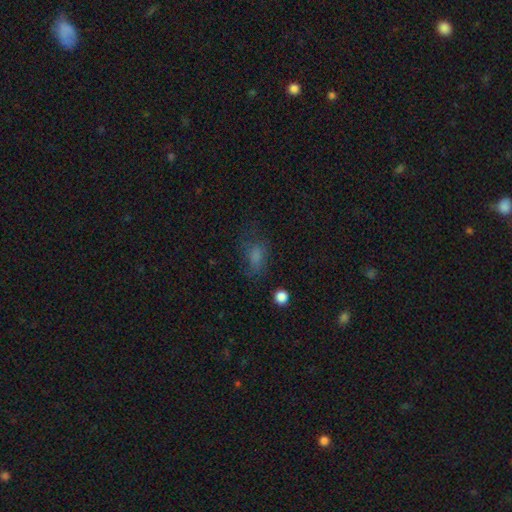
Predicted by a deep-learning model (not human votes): Smooth or featured?
  - smooth: 69% *
  - star or artifact: 18%
  - featured or disk: 14%
How rounded?
  - in between: 78% *
  - round: 16%
  - cigar-shaped: 5%
Merging?
  - none: 51% *
  - minor disturbance: 24%
  - major disturbance: 22%
  - merger: 3%